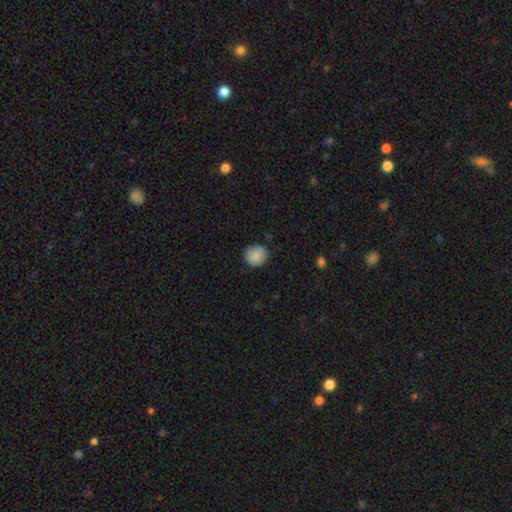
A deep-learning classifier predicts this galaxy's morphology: type=smooth (87%); roundness=round (88%); merging=none (84%).